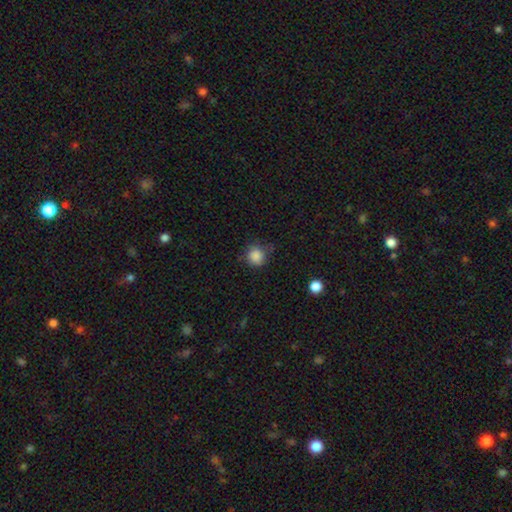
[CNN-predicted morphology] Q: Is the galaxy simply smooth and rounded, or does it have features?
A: smooth — 85%.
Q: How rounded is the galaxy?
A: round — 90%.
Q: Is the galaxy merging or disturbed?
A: none — 73%.